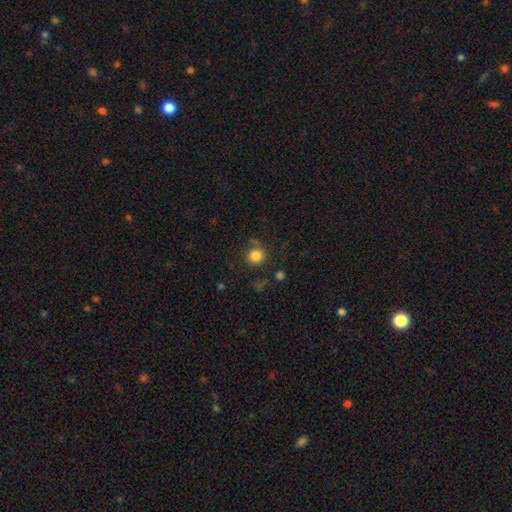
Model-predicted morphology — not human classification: A smooth galaxy with no disk features (83%) that is round (92%).

Vote fractions:
- Smooth or featured? smooth: 83% / star or artifact: 11% / featured or disk: 6%
- How rounded? round: 92% / in between: 7% / cigar-shaped: 1%
- Merging? none: 78% / minor disturbance: 13% / major disturbance: 5% / merger: 5%